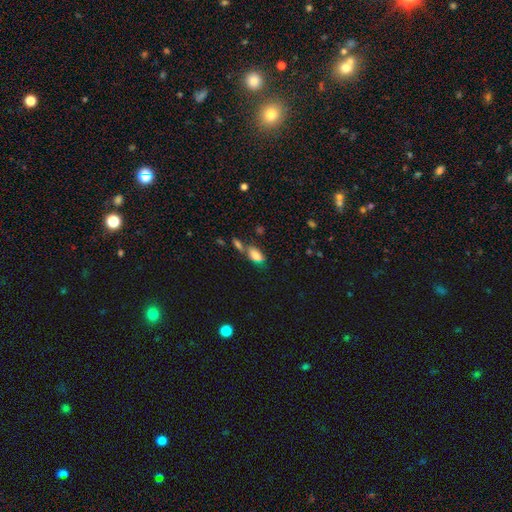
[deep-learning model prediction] This is likely a smooth galaxy (77%). How rounded: clearly in between (88%). Merging: possibly none (47%).